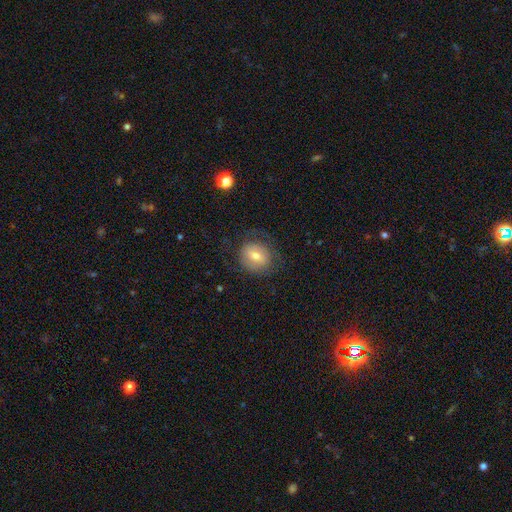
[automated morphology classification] This appears to be a smooth galaxy with no disk features (59%) that is round (67%). Merging: none (67%).